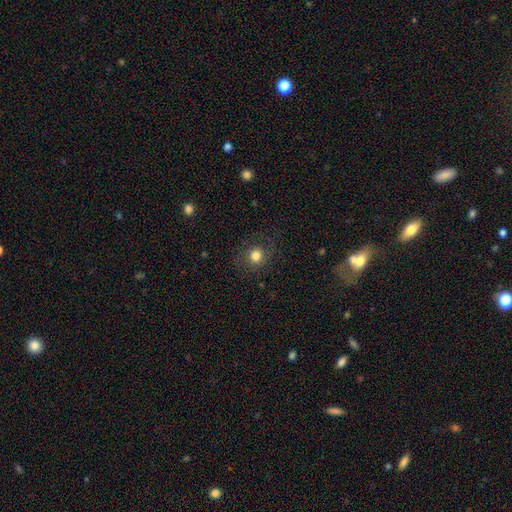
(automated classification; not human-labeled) A smooth galaxy with no disk features (77%) that is round (84%). Merging: none (80%).